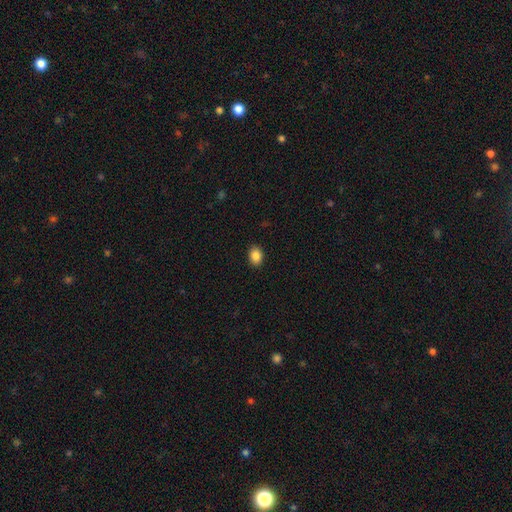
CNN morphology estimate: A smooth galaxy with no disk features (88%) that is in between round and cigar-shaped (70%). Merging: none (90%).